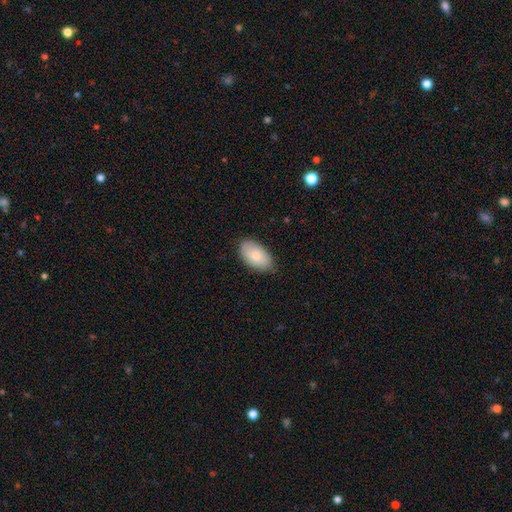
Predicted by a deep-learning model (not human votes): Smooth or featured: smooth — 77% (featured or disk — 17%)
How rounded: in between — 94% (round — 4%)
Merging: none — 79% (minor disturbance — 17%)